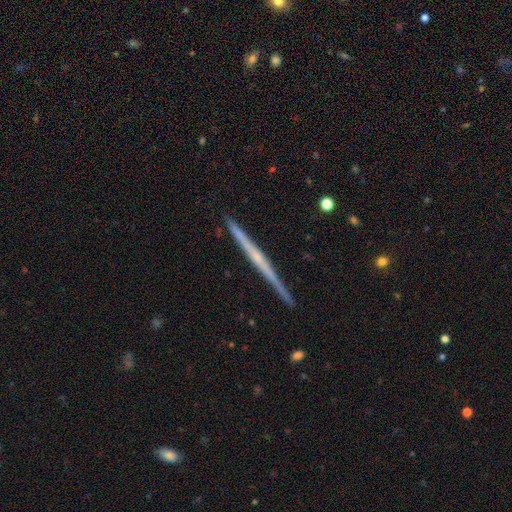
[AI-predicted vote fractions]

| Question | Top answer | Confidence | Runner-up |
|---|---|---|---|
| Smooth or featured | featured or disk | 72% | smooth (22%) |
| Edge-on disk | yes | 98% | no (2%) |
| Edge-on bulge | none | 65% | rounded (29%) |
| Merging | none | 92% | minor disturbance (6%) |